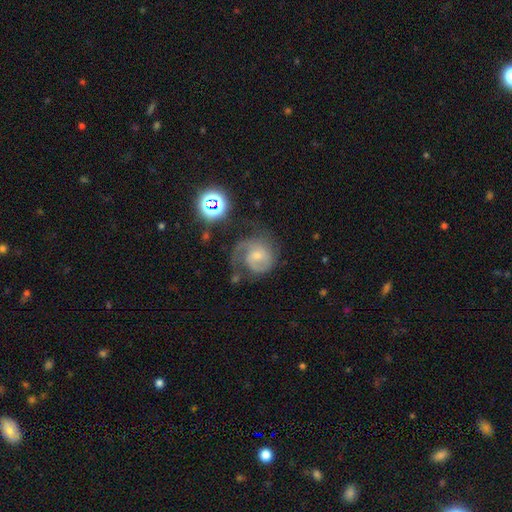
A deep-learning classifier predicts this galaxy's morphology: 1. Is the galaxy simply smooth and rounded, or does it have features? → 78% featured or disk, 12% smooth, 10% star or artifact.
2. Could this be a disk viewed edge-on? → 98% no, 2% yes.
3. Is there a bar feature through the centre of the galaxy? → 64% no, 30% weak, 5% strong.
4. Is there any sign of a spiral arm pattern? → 95% yes, 5% no.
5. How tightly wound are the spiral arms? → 50% tight, 39% medium, 11% loose.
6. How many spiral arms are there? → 43% 2, 22% 1, 17% can't tell, 12% 3, 3% 4, 3% more than 4.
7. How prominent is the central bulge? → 57% small, 36% moderate, 4% none, 2% large, 1% dominant.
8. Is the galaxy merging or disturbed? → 58% none, 21% minor disturbance, 18% major disturbance, 3% merger.